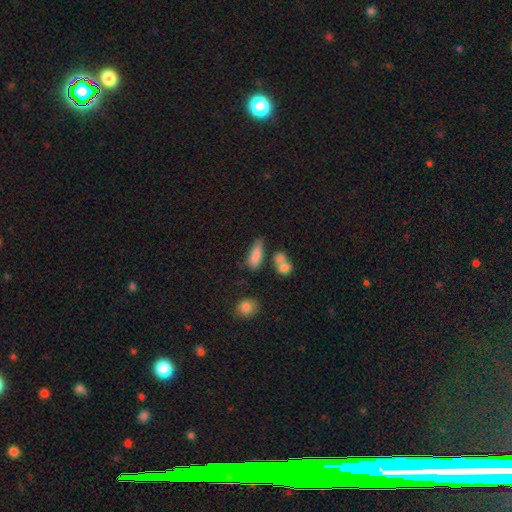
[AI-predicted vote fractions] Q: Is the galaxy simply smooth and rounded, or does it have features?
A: smooth — 81%.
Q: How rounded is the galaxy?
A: in between — 71%.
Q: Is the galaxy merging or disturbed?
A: none — 52%.